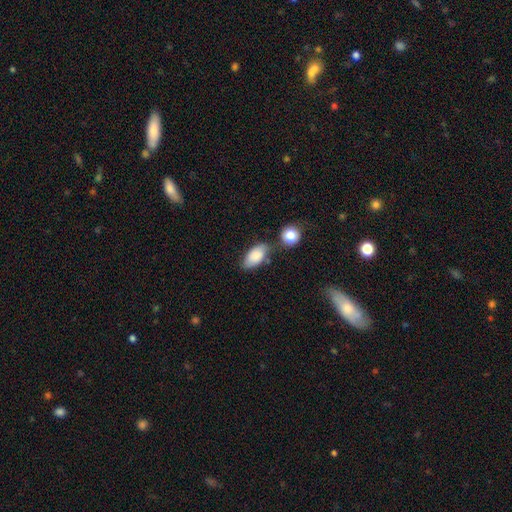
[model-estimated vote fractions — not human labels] smooth-or-featured: smooth: 83% | featured or disk: 10% | star or artifact: 7%
  how-rounded: in between: 91% | round: 5% | cigar-shaped: 4%
  merging: none: 57% | minor disturbance: 21% | merger: 16% | major disturbance: 6%